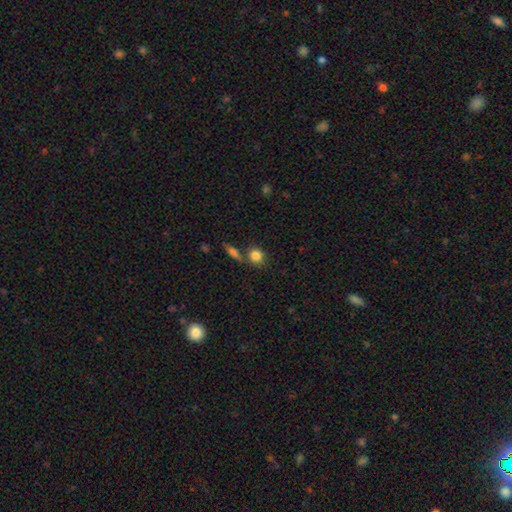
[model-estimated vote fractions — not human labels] This is clearly a smooth galaxy (83%). How rounded: likely round (78%). Merging: likely none (68%).